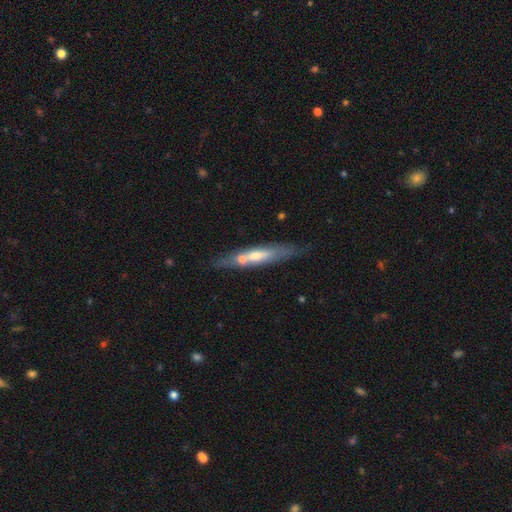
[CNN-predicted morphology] smooth-or-featured: featured or disk: 53% | smooth: 40% | star or artifact: 7%
  disk-edge-on: yes: 77% | no: 23%
  merging: none: 69% | minor disturbance: 16% | merger: 11% | major disturbance: 4%